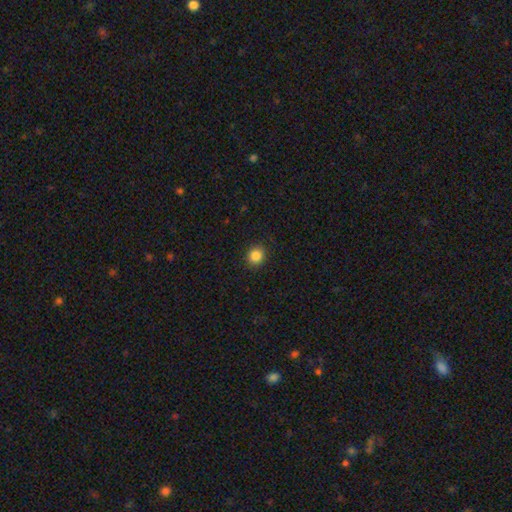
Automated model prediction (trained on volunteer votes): A smooth galaxy with no disk features (86%) that is round (80%). Merging: none (90%).